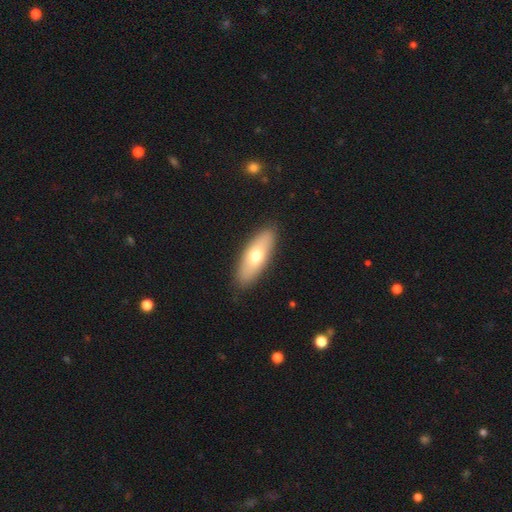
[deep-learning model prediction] smooth 66%, featured or disk 28%, star or artifact 6%. Down the decision tree: how rounded — in between (70%); merging — none (88%).